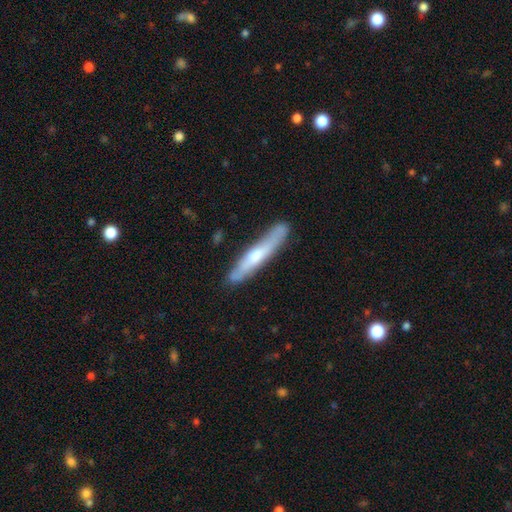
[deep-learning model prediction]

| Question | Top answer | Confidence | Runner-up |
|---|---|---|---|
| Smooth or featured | featured or disk | 51% | smooth (42%) |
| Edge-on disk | yes | 82% | no (18%) |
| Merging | none | 82% | minor disturbance (14%) |